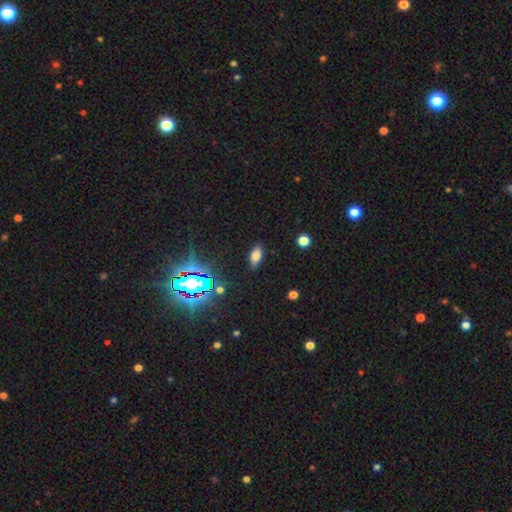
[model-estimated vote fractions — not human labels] A smooth galaxy with no disk features (73%) that is in between round and cigar-shaped (88%).

Vote fractions:
- Smooth or featured? smooth: 73% / star or artifact: 18% / featured or disk: 10%
- How rounded? in between: 88% / cigar-shaped: 8% / round: 4%
- Merging? none: 85% / minor disturbance: 10% / major disturbance: 3% / merger: 1%